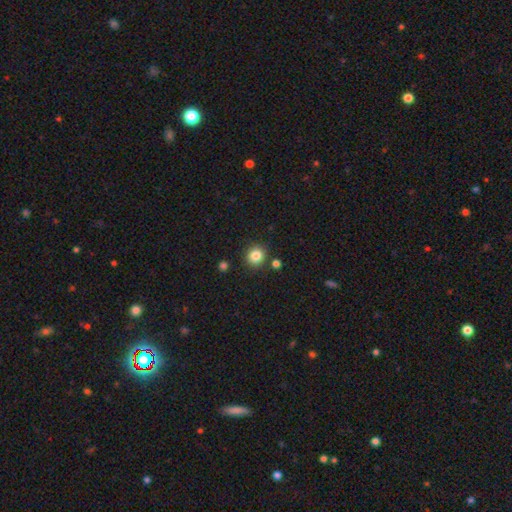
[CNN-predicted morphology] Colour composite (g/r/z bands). It shows a smooth galaxy with no disk features (84%) that is round (86%). Merging: none (86%).